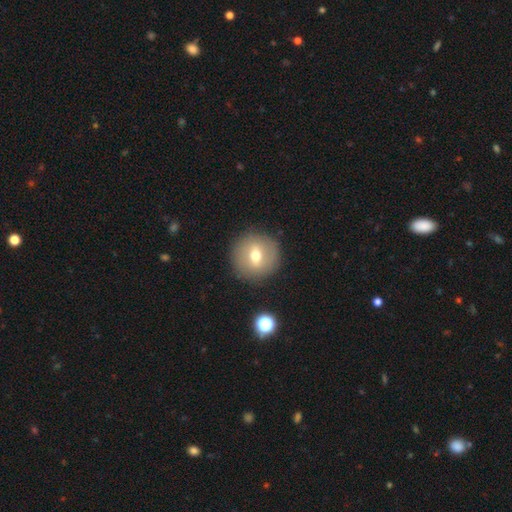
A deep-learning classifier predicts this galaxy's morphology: A smooth galaxy with no disk features (61%) that is round (93%).

Vote fractions:
- Smooth or featured? smooth: 61% / featured or disk: 29% / star or artifact: 10%
- How rounded? round: 93% / in between: 6% / cigar-shaped: 1%
- Merging? none: 87% / minor disturbance: 8% / major disturbance: 3% / merger: 2%